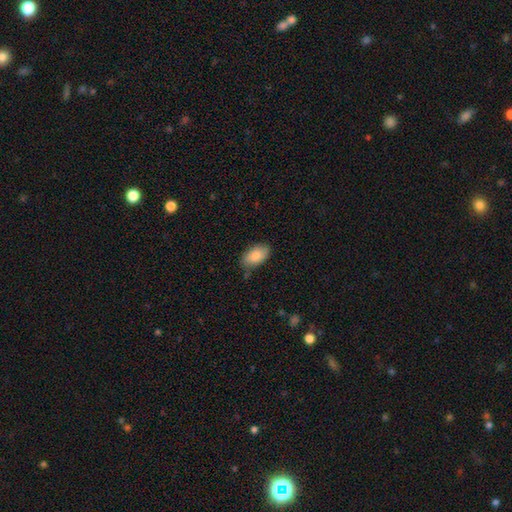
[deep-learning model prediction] A smooth galaxy with no disk features (84%) that is in between round and cigar-shaped (94%).

Vote fractions:
- Smooth or featured? smooth: 84% / featured or disk: 9% / star or artifact: 6%
- How rounded? in between: 94% / round: 4% / cigar-shaped: 2%
- Merging? none: 71% / minor disturbance: 22% / major disturbance: 4% / merger: 3%